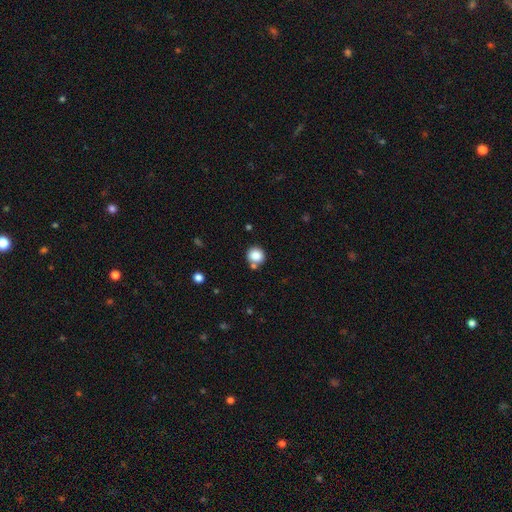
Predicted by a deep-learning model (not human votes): Q: Smooth or featured?
A: smooth (86%); runner-up: star or artifact (10%)
Q: How rounded?
A: round (89%); runner-up: in between (11%)
Q: Merging?
A: none (70%); runner-up: merger (15%)